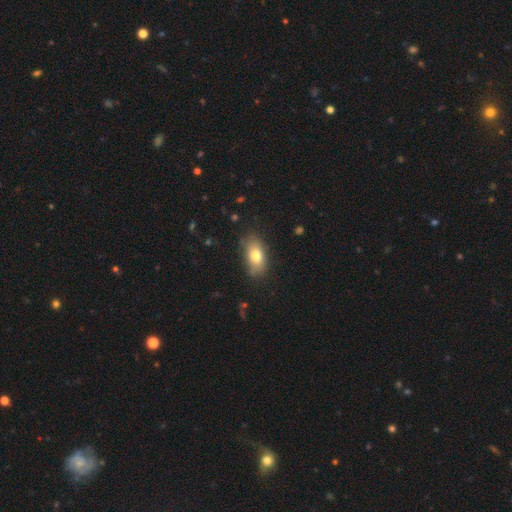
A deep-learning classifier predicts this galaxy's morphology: Smooth or featured: smooth — 76% (featured or disk — 16%)
How rounded: in between — 89% (round — 8%)
Merging: none — 75% (minor disturbance — 19%)